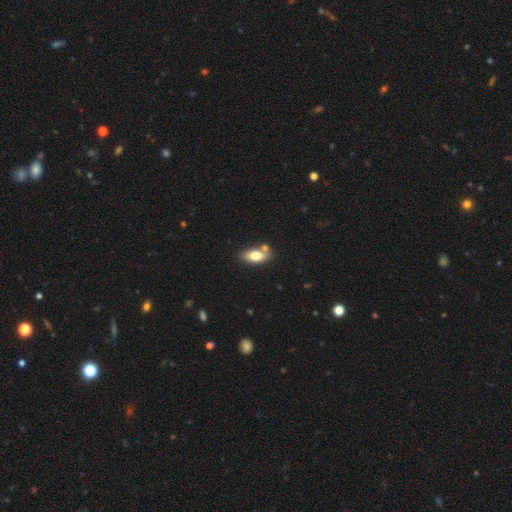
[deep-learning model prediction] Smooth or featured? smooth (73%)
How rounded? in between (85%)
Merging? none (67%)